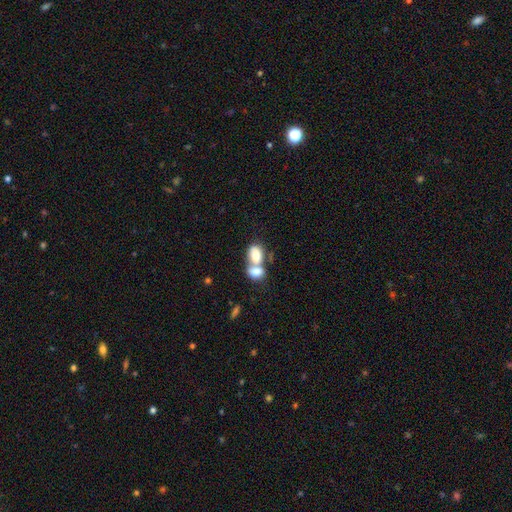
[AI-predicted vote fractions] Smooth or featured?
  - smooth: 76% *
  - featured or disk: 16%
  - star or artifact: 7%
How rounded?
  - in between: 79% *
  - round: 20%
  - cigar-shaped: 1%
Merging?
  - merger: 75% *
  - none: 14%
  - minor disturbance: 6%
  - major disturbance: 5%